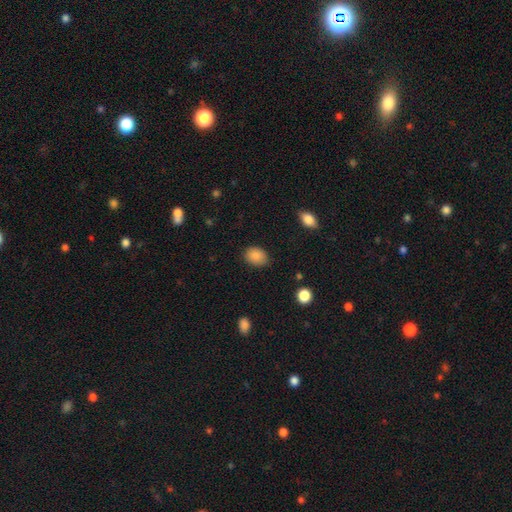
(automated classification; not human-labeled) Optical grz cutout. It shows a smooth galaxy with no disk features (87%) that is in between round and cigar-shaped (62%). Merging: none (79%).